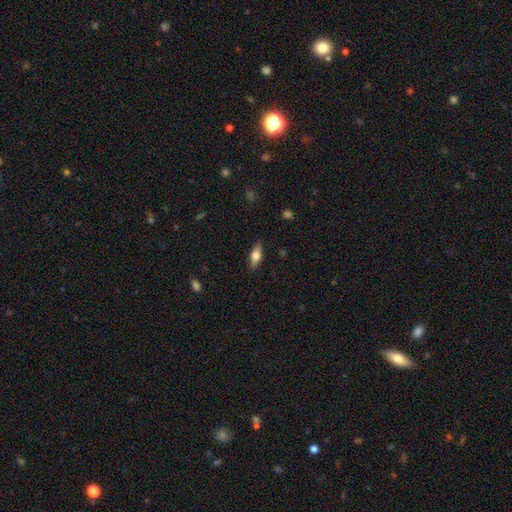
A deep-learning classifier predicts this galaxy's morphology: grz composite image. It shows a smooth galaxy with no disk features (56%) that is in between round and cigar-shaped (62%). Merging: none (86%).